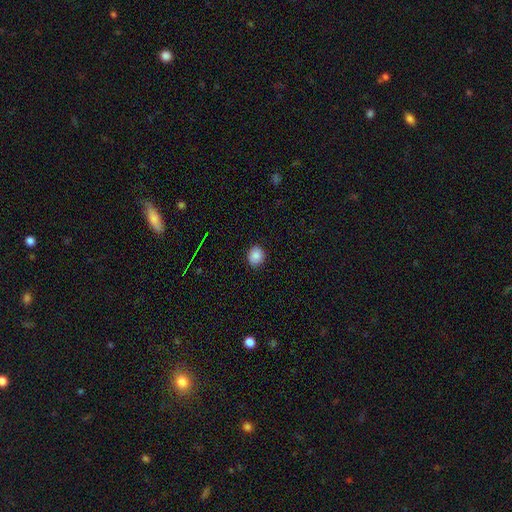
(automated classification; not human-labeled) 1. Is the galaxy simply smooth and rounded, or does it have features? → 86% smooth, 10% star or artifact, 4% featured or disk.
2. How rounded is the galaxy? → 73% round, 26% in between, 1% cigar-shaped.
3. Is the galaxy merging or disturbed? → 89% none, 8% minor disturbance, 2% major disturbance, 1% merger.